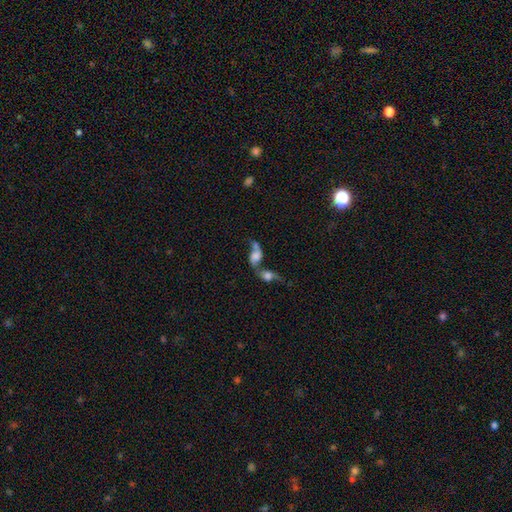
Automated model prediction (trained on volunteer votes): smooth-or-featured: featured or disk: 49% | smooth: 39% | star or artifact: 12%
  merging: merger: 74% | none: 13% | major disturbance: 8% | minor disturbance: 5%